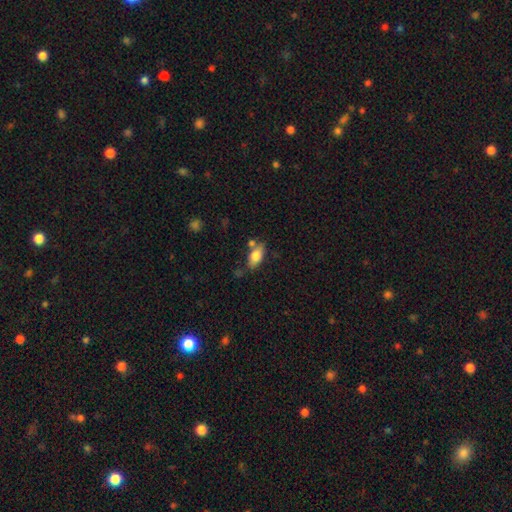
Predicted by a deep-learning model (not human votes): This is likely a smooth galaxy (79%). How rounded: clearly in between (88%). Merging: likely none (64%).